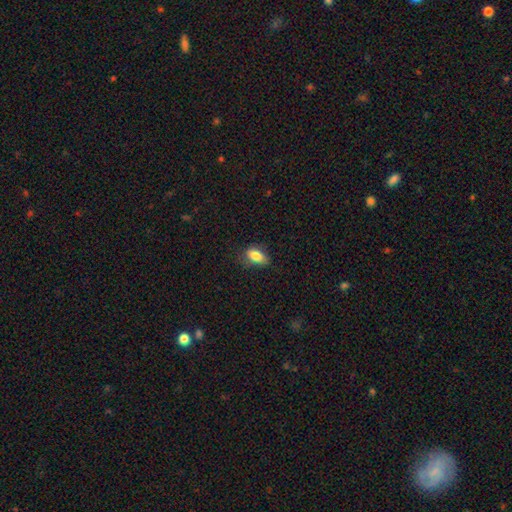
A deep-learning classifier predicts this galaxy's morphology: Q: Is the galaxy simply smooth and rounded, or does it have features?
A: smooth — 84%.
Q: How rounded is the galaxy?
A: in between — 88%.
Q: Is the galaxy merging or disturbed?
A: none — 70%.